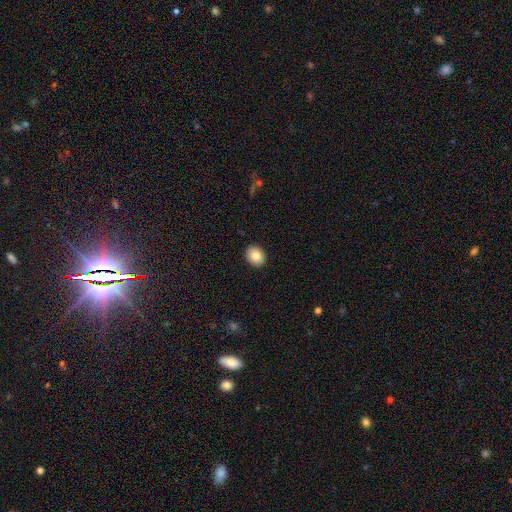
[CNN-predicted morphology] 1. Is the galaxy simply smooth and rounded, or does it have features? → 84% smooth, 8% featured or disk, 8% star or artifact.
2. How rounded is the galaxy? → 57% in between, 42% round, 1% cigar-shaped.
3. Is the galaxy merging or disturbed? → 91% none, 6% minor disturbance, 2% major disturbance, 1% merger.